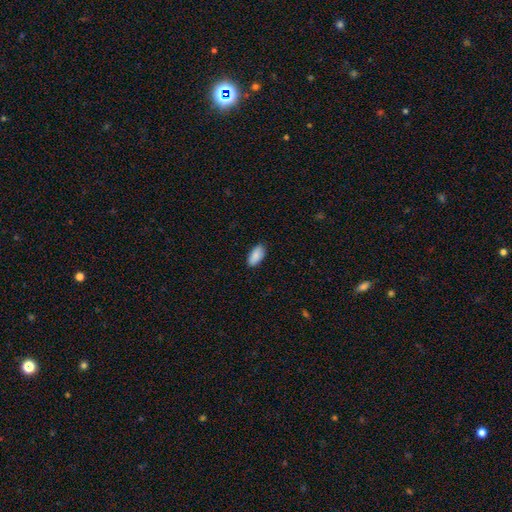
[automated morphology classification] smooth 87%, featured or disk 7%, star or artifact 6%. Down the decision tree: how rounded — in between (93%); merging — none (87%).